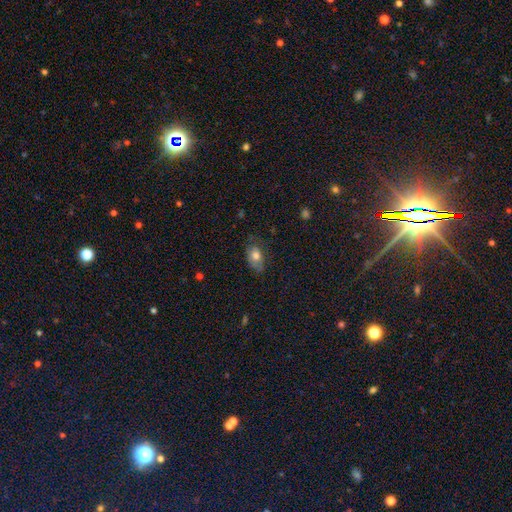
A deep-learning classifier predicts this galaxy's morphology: This is likely a smooth galaxy (76%). How rounded: clearly in between (86%). Merging: likely none (60%).